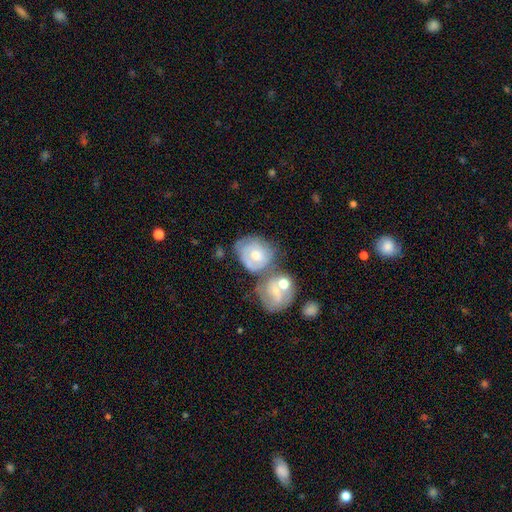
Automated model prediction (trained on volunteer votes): smooth-or-featured: featured or disk: 55% | smooth: 38% | star or artifact: 7%
  disk-edge-on: no: 97% | yes: 3%
    bar: no: 76% | weak: 20% | strong: 4%
    has-spiral-arms: yes: 66% | no: 34%
    bulge-size: moderate: 66% | small: 21% | large: 8% | none: 3% | dominant: 1%
  merging: merger: 37% | none: 32% | minor disturbance: 18% | major disturbance: 12%